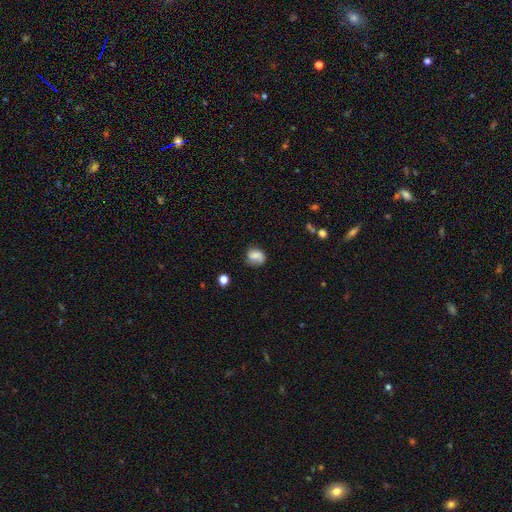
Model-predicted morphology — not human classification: Smooth or featured?
  - smooth: 70% *
  - featured or disk: 20%
  - star or artifact: 10%
How rounded?
  - round: 58% *
  - in between: 41%
  - cigar-shaped: 1%
Merging?
  - none: 54% *
  - minor disturbance: 27%
  - major disturbance: 13%
  - merger: 5%